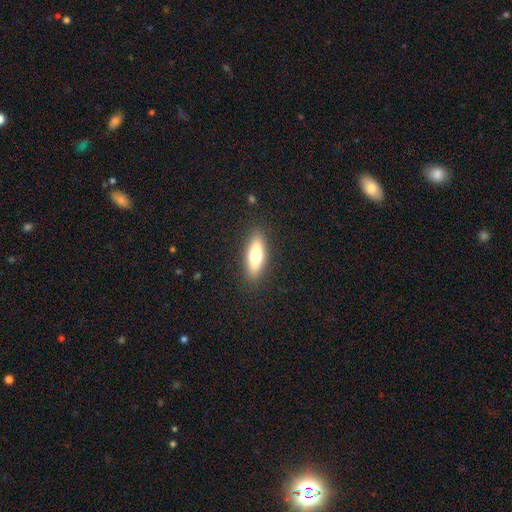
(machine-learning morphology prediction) Q: Smooth or featured?
A: smooth (68%); runner-up: featured or disk (25%)
Q: How rounded?
A: in between (51%); runner-up: cigar-shaped (47%)
Q: Merging?
A: none (88%); runner-up: minor disturbance (9%)